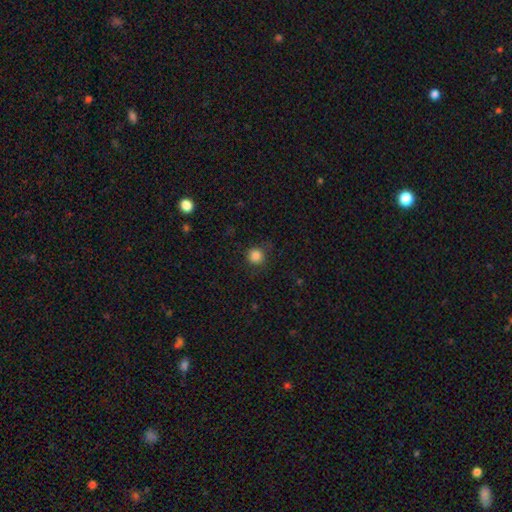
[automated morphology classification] smooth_or_featured: smooth (p=0.85) [alt: star or artifact p=0.11]
how_rounded: round (p=0.93) [alt: in between p=0.06]
merging: none (p=0.85) [alt: minor disturbance p=0.10]